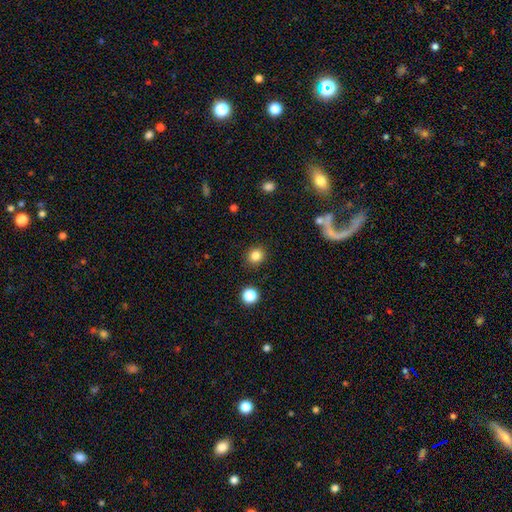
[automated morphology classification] Smooth or featured? Predicted: smooth (p=0.84). How rounded? Predicted: round (p=0.86). Merging? Predicted: none (p=0.90).